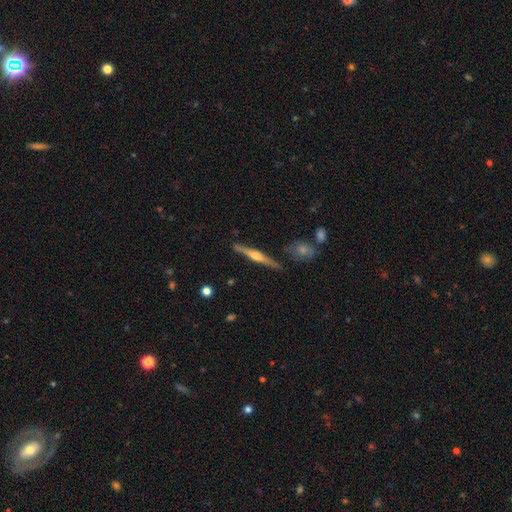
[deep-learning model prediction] This is likely a featured or disk galaxy (72%). It is clearly viewed edge-on (98%). Edge-on bulge: clearly rounded (89%). Merging: clearly none (87%).